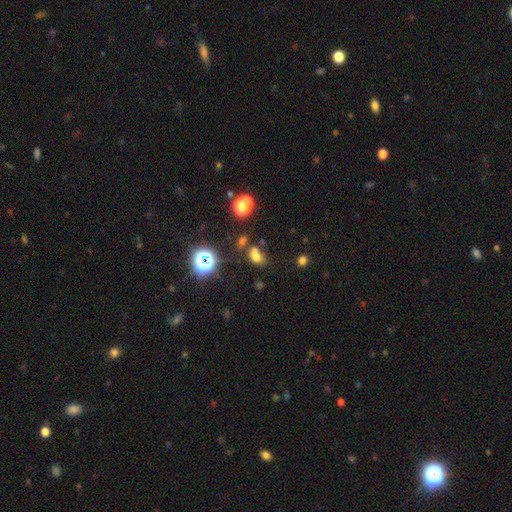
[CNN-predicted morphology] Smooth or featured? smooth (65%)
How rounded? in between (73%)
Merging? none (55%)